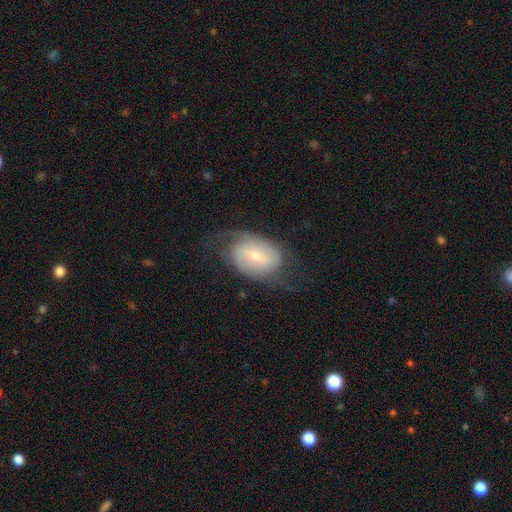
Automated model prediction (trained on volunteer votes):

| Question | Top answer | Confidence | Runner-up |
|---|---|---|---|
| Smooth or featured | featured or disk | 67% | smooth (26%) |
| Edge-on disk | no | 95% | yes (5%) |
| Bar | weak | 47% | no (32%) |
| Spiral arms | yes | 86% | no (14%) |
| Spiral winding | medium | 42% | loose (33%) |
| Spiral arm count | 2 | 71% | can't tell (18%) |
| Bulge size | small | 65% | moderate (29%) |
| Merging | none | 58% | minor disturbance (22%) |